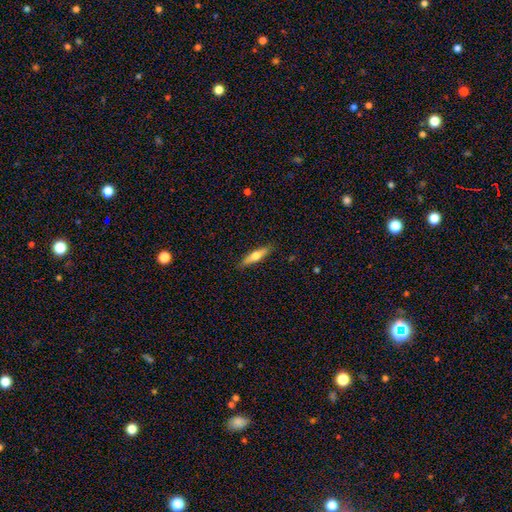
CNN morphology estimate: A smooth galaxy with no disk features (51%) that is cigar-shaped (77%). Merging: none (88%).